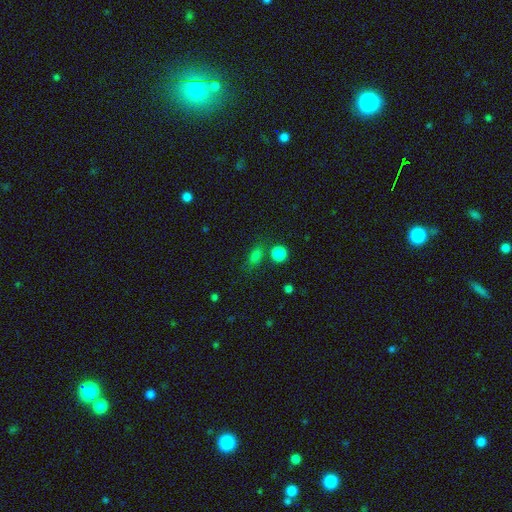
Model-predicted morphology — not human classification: Q: Smooth or featured?
A: smooth (74%); runner-up: star or artifact (19%)
Q: How rounded?
A: in between (57%); runner-up: round (35%)
Q: Merging?
A: none (69%); runner-up: minor disturbance (14%)